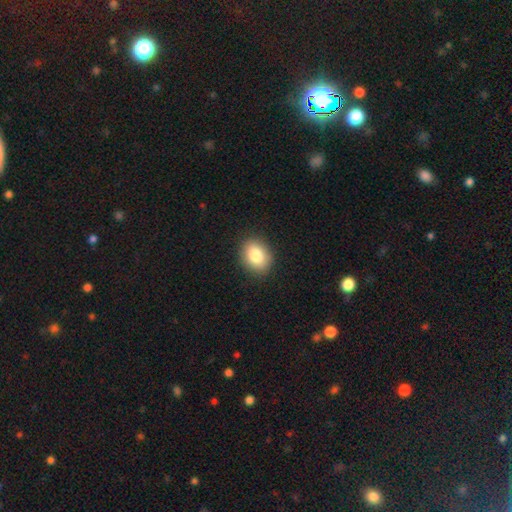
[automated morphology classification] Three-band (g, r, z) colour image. It shows a smooth galaxy with no disk features (83%) that is in between round and cigar-shaped (57%). Merging: none (89%).